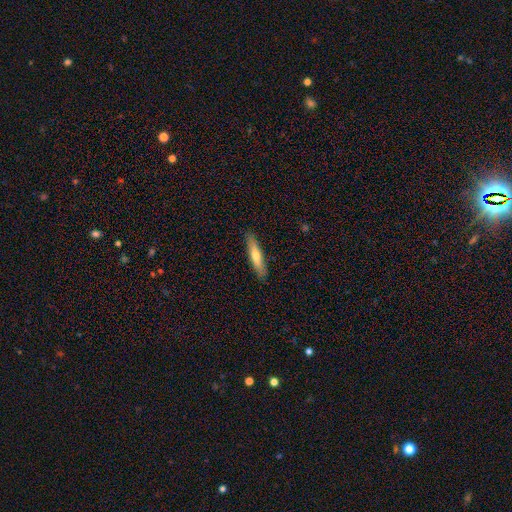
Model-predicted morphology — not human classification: The model was most divided on "smooth or featured": smooth: 59%, featured or disk: 36%, star or artifact: 6%. More confident: merging — none (89%); how rounded — cigar-shaped (84%).